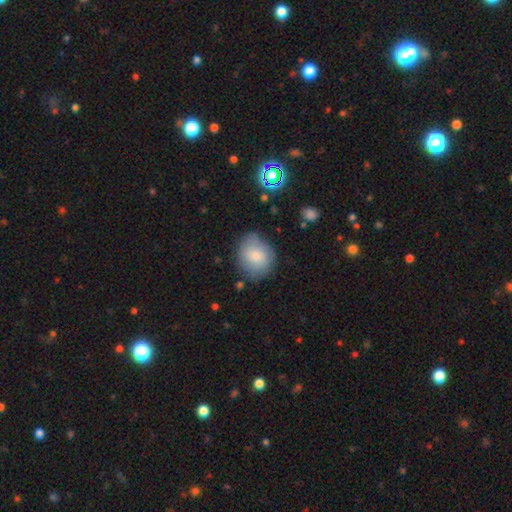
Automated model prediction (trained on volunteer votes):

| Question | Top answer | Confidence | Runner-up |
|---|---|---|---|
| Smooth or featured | smooth | 76% | featured or disk (16%) |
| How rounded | round | 65% | in between (34%) |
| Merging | none | 70% | minor disturbance (21%) |